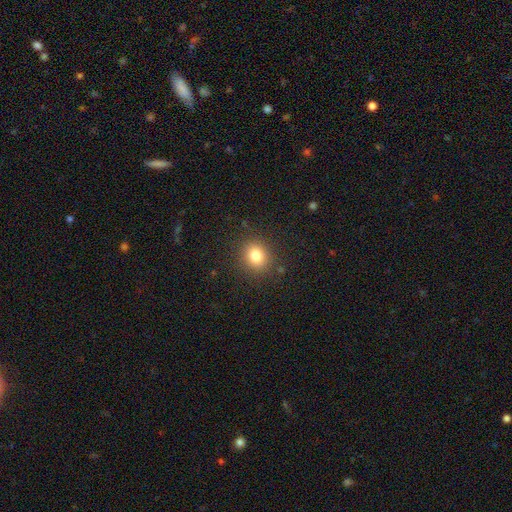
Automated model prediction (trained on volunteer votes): Q: Smooth or featured?
A: smooth (81%); runner-up: star or artifact (12%)
Q: How rounded?
A: round (72%); runner-up: in between (27%)
Q: Merging?
A: none (87%); runner-up: minor disturbance (8%)